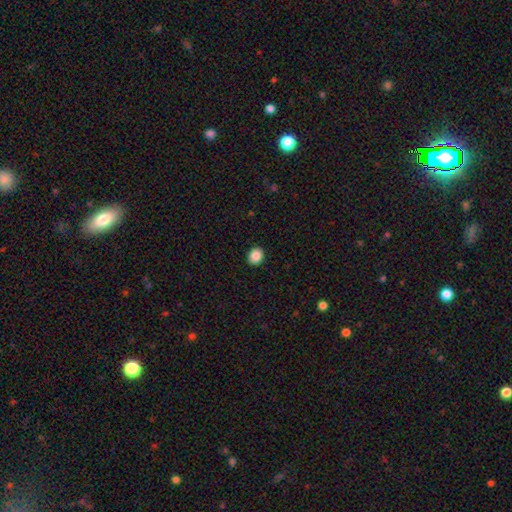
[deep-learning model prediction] Smooth or featured?
  - smooth: 88% *
  - star or artifact: 9%
  - featured or disk: 3%
How rounded?
  - round: 64% *
  - in between: 35%
  - cigar-shaped: 1%
Merging?
  - none: 91% *
  - minor disturbance: 6%
  - major disturbance: 2%
  - merger: 1%